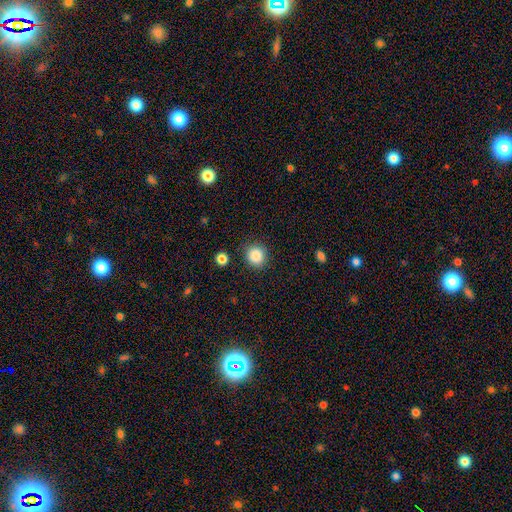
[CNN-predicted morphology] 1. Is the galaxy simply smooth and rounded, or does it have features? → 86% smooth, 10% star or artifact, 4% featured or disk.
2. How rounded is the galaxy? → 88% round, 12% in between, 1% cigar-shaped.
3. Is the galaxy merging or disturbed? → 86% none, 9% minor disturbance, 3% major disturbance, 2% merger.